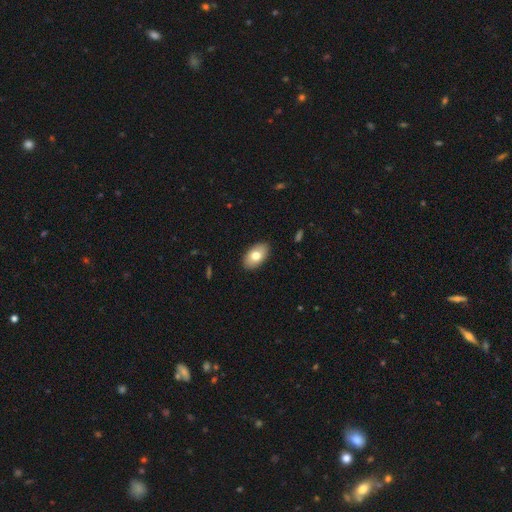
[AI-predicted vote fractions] Morphology: type=smooth (74%); roundness=in between (93%); merging=none (89%).